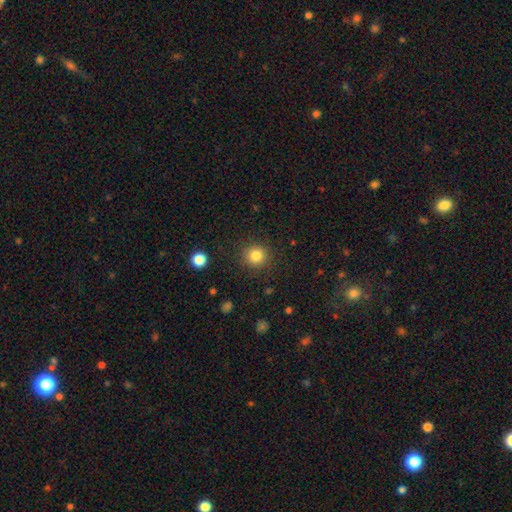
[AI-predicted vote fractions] The model was most divided on "smooth or featured": smooth: 83%, star or artifact: 11%, featured or disk: 5%. More confident: how rounded — round (93%); merging — none (89%).